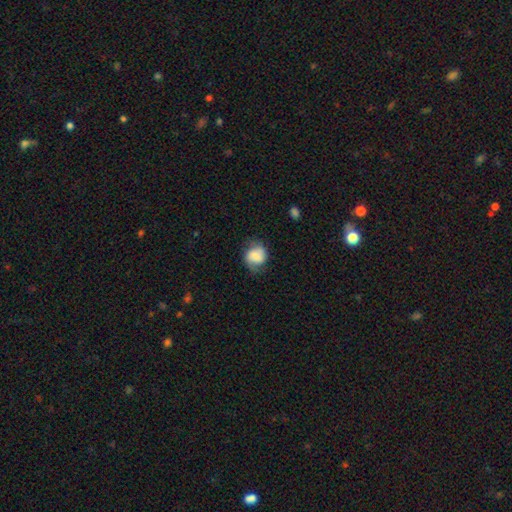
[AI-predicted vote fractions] smooth_or_featured: smooth (p=0.63) [alt: featured or disk p=0.29]
how_rounded: round (p=0.71) [alt: in between p=0.28]
merging: none (p=0.63) [alt: minor disturbance p=0.25]